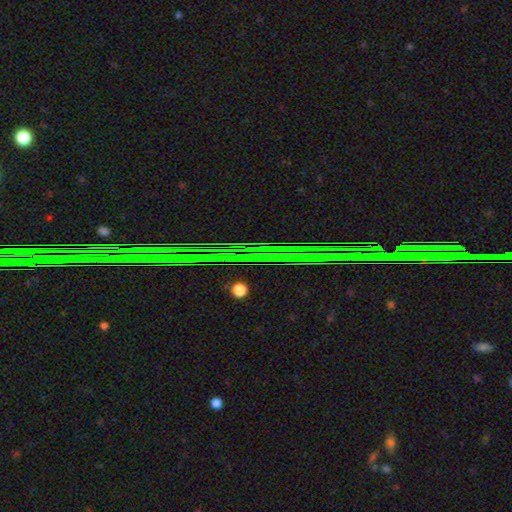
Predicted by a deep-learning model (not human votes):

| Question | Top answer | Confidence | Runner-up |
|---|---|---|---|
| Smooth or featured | star or artifact | 88% | featured or disk (7%) |